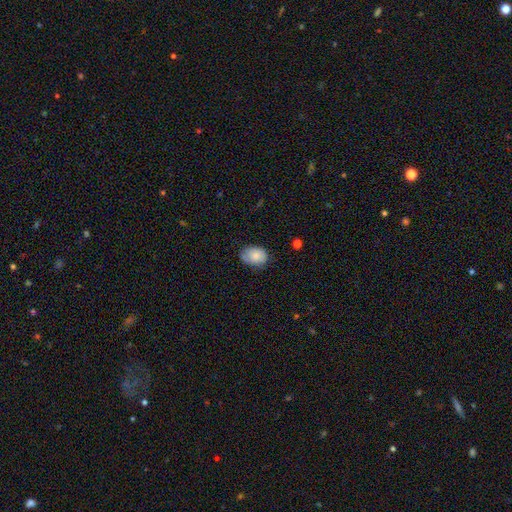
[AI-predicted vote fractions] A smooth galaxy with no disk features (84%) that is in between round and cigar-shaped (75%). Merging: none (70%).